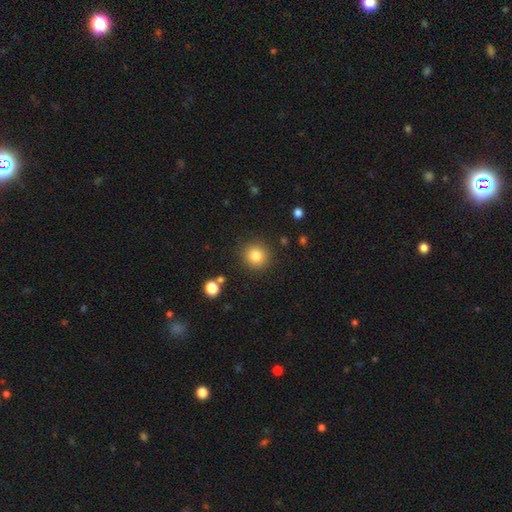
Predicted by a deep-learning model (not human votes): Overall: smooth (82%). How rounded: round (92%). Merging: none (89%).